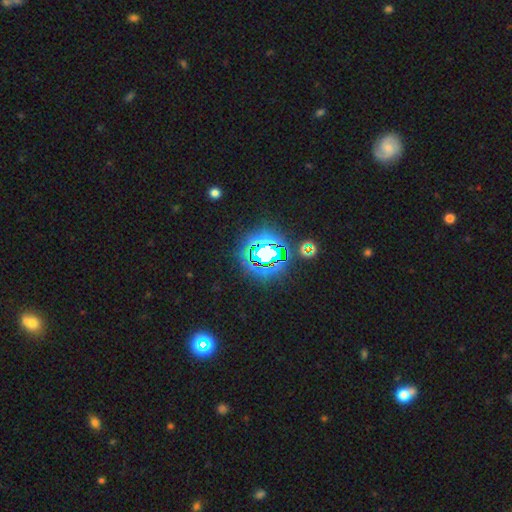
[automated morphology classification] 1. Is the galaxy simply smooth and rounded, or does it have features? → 80% star or artifact, 13% smooth, 8% featured or disk.